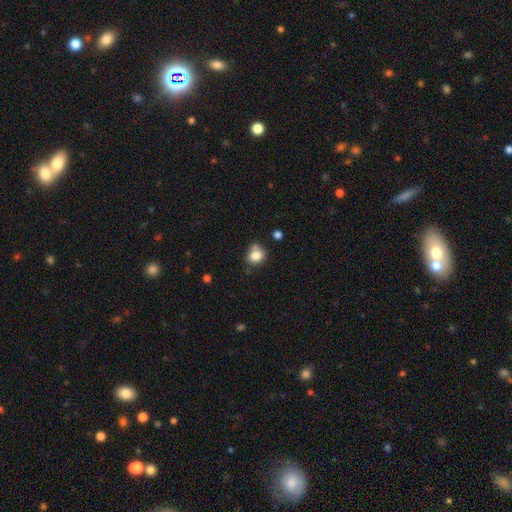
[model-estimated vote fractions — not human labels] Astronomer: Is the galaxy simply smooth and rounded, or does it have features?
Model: smooth — 81%.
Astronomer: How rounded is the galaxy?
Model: round — 69%.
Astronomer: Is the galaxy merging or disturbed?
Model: none — 57%.